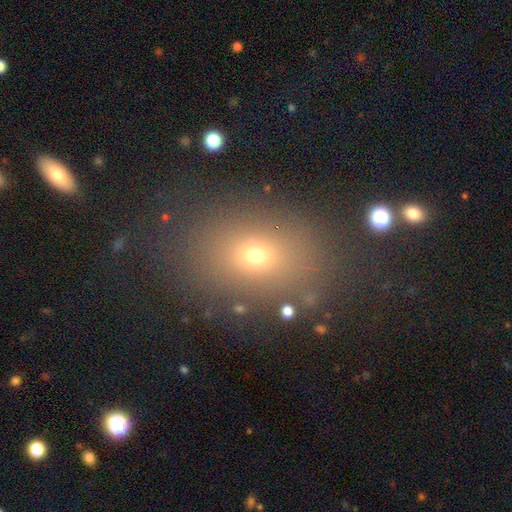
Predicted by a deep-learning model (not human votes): Overall: smooth (64%). How rounded: in between (59%; round 39%). Merging: none (81%).